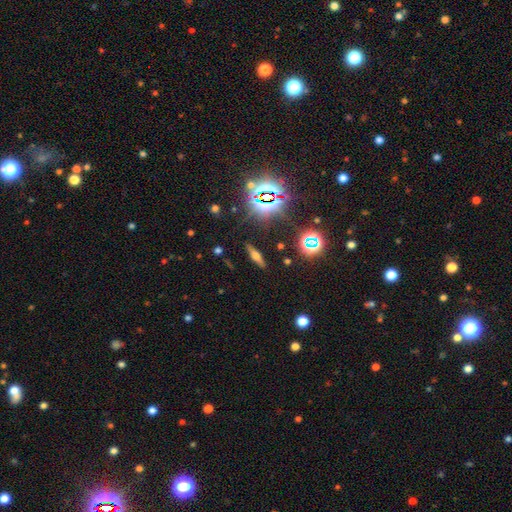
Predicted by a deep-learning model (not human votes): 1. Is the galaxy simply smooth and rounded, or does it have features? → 40% featured or disk, 37% smooth, 23% star or artifact.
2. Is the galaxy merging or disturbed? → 87% none, 9% minor disturbance, 3% major disturbance, 2% merger.